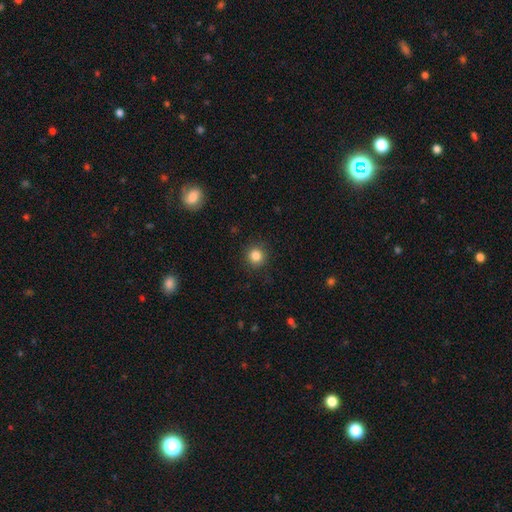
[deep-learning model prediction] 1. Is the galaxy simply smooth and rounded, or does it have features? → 85% smooth, 11% star or artifact, 4% featured or disk.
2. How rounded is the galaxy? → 93% round, 6% in between, 1% cigar-shaped.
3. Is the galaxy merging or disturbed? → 89% none, 7% minor disturbance, 3% major disturbance, 1% merger.